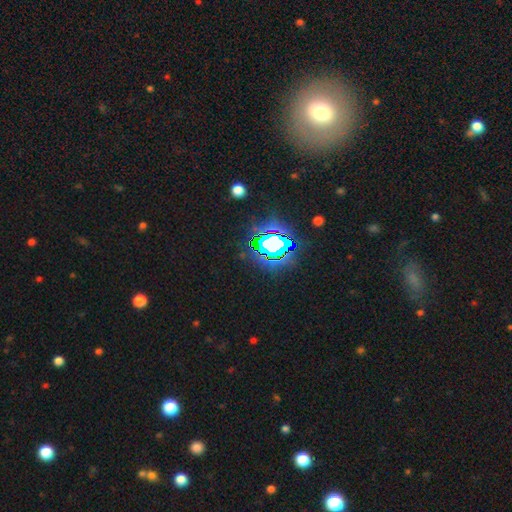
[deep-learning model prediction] This is likely a star or artifact rather than a galaxy (73%).